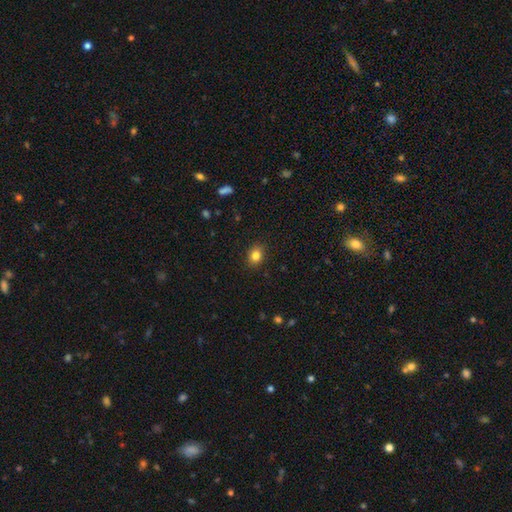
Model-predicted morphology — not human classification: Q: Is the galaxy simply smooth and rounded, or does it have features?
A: smooth — 82%.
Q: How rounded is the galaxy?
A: round — 50%.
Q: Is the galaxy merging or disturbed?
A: none — 88%.